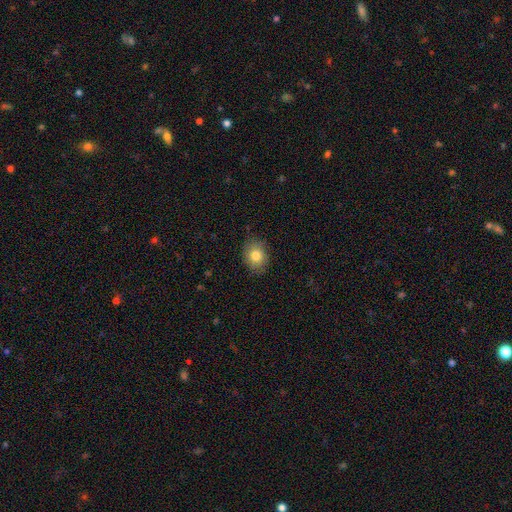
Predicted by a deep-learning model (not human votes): smooth 81%, featured or disk 11%, star or artifact 9%. Down the decision tree: how rounded — in between (60%); merging — none (84%).